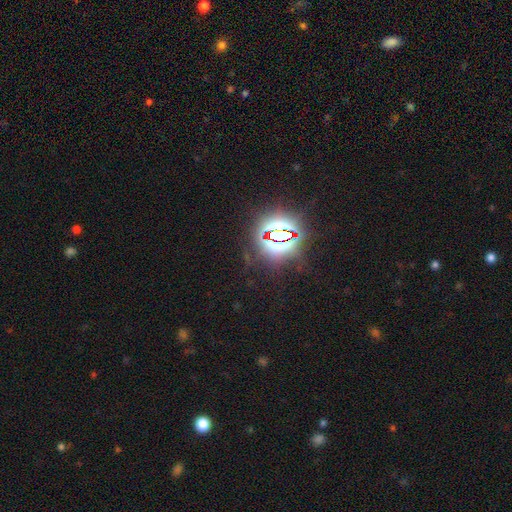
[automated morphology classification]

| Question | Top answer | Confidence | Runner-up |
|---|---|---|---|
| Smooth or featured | star or artifact | 84% | smooth (9%) |